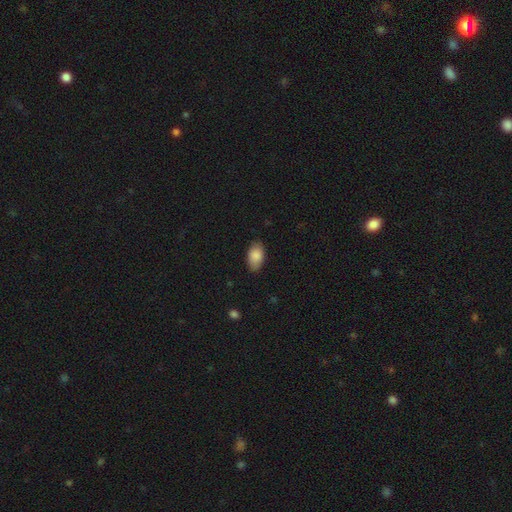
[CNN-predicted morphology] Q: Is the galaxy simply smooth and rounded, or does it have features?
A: smooth — 87%.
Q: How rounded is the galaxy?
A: in between — 93%.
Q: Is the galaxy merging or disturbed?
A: none — 81%.